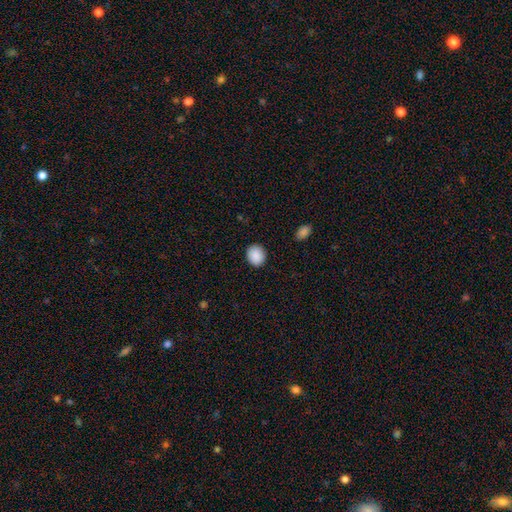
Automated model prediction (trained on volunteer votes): Overall: smooth (90%). How rounded: round (72%). Merging: none (90%).